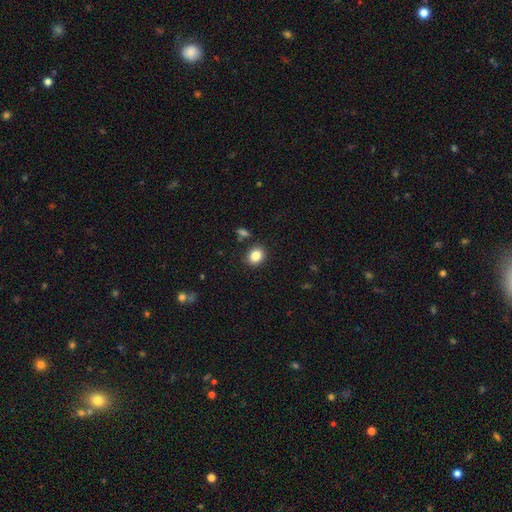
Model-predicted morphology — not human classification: A smooth galaxy with no disk features (85%) that is round (58%).

Vote fractions:
- Smooth or featured? smooth: 85% / star or artifact: 10% / featured or disk: 5%
- How rounded? round: 58% / in between: 41% / cigar-shaped: 1%
- Merging? none: 86% / minor disturbance: 8% / merger: 4% / major disturbance: 2%